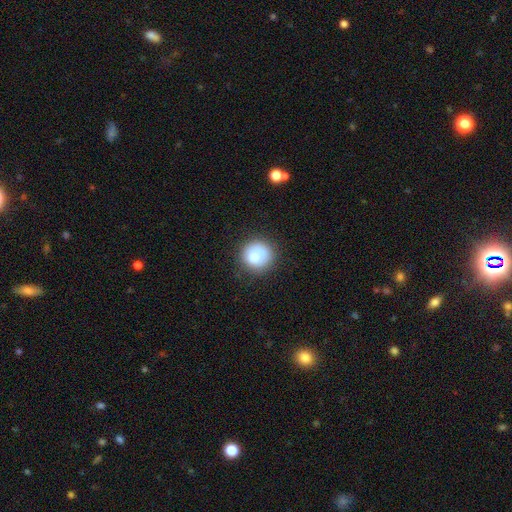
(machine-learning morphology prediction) A smooth galaxy with no disk features (75%) that is round (91%).

Vote fractions:
- Smooth or featured? smooth: 75% / featured or disk: 16% / star or artifact: 9%
- How rounded? round: 91% / in between: 8% / cigar-shaped: 1%
- Merging? none: 69% / minor disturbance: 18% / merger: 7% / major disturbance: 6%